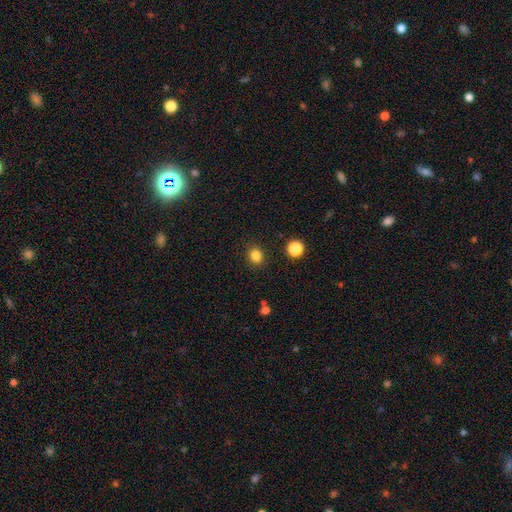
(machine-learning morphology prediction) Smooth or featured? smooth (83%)
How rounded? round (75%)
Merging? none (89%)